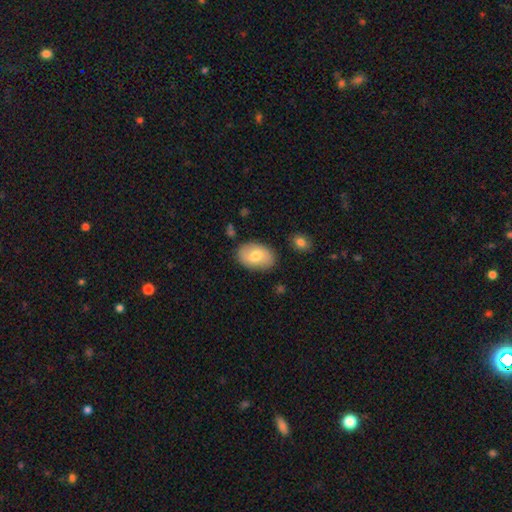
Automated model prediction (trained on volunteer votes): Morphology: type=smooth (71%); roundness=in between (87%); merging=none (84%).